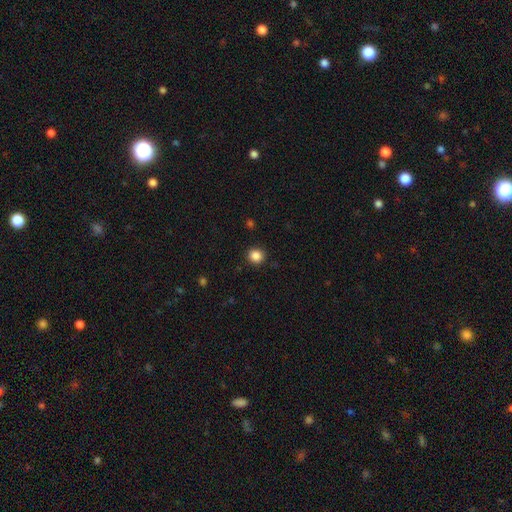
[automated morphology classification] smooth_or_featured: smooth (p=0.86) [alt: star or artifact p=0.11]
how_rounded: round (p=0.93) [alt: in between p=0.06]
merging: none (p=0.92) [alt: minor disturbance p=0.05]